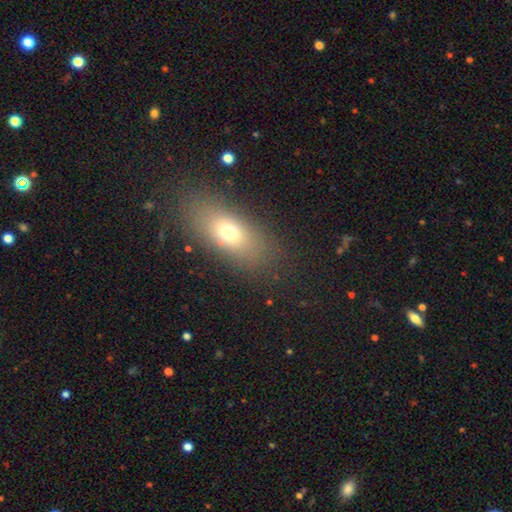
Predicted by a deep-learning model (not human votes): Smooth or featured? Predicted: smooth (p=0.67). How rounded? Predicted: in between (p=0.77). Merging? Predicted: none (p=0.87).